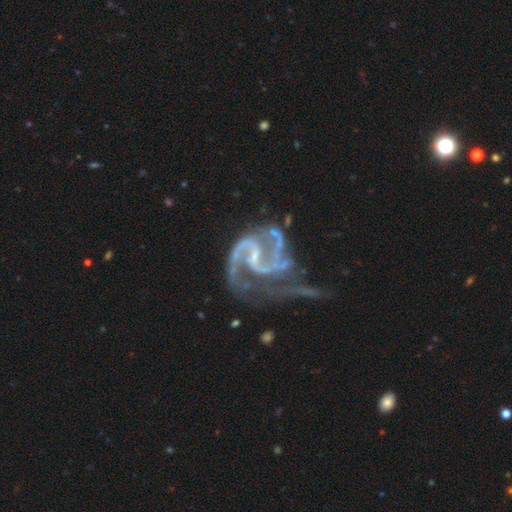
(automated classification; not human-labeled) Smooth or featured: featured or disk — 93% (star or artifact — 4%)
Edge-on disk: no — 98% (yes — 2%)
Bar: weak — 49% (strong — 27%)
Spiral arms: yes — 98% (no — 2%)
Spiral winding: medium — 56% (loose — 25%)
Spiral arm count: 2 — 80% (3 — 7%)
Bulge size: small — 66% (none — 18%)
Merging: major disturbance — 40% (none — 31%)